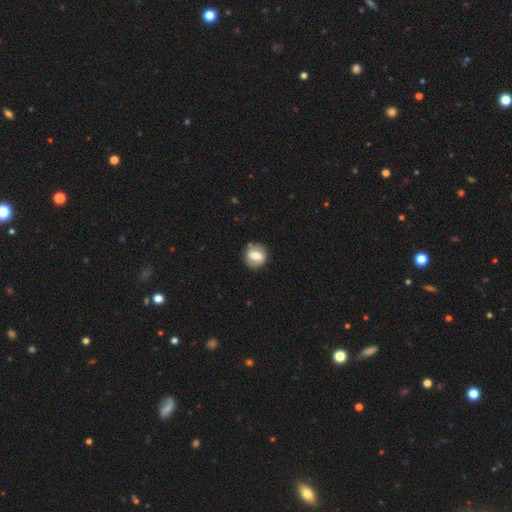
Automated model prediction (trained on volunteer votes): Smooth or featured? smooth (62%)
How rounded? round (82%)
Merging? none (85%)